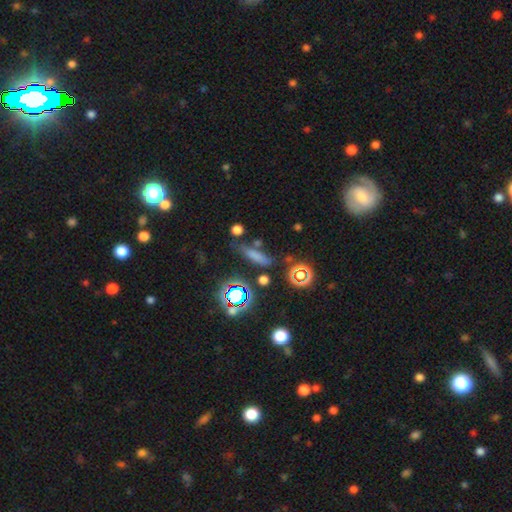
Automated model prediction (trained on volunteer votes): This is likely a smooth galaxy (65%). How rounded: likely cigar-shaped (66%). Merging: likely none (70%).